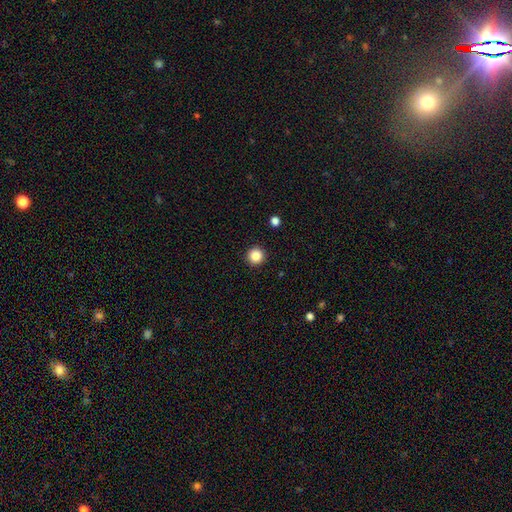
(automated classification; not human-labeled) smooth 86%, star or artifact 10%, featured or disk 3%. Down the decision tree: how rounded — round (96%); merging — none (93%).